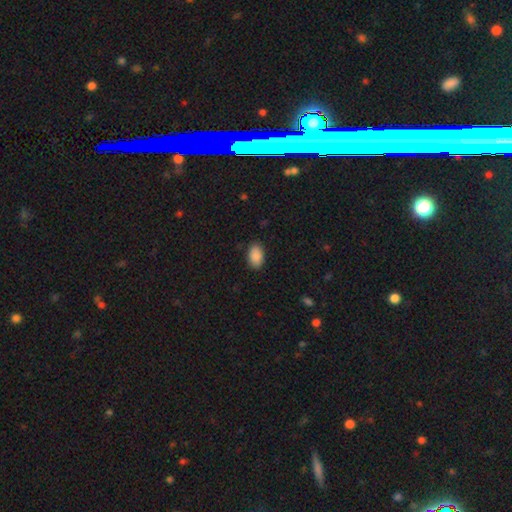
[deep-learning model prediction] This appears to be a smooth galaxy with no disk features (90%) that is in between round and cigar-shaped (92%). Merging: none (87%).